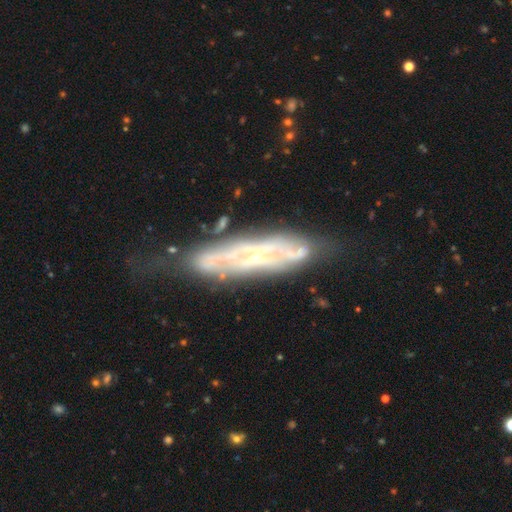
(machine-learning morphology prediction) Q: Smooth or featured?
A: featured or disk (78%); runner-up: smooth (15%)
Q: Edge-on disk?
A: no (67%); runner-up: yes (33%)
Q: Bar?
A: no (72%); runner-up: weak (21%)
Q: Spiral arms?
A: yes (70%); runner-up: no (30%)
Q: Bulge size?
A: small (73%); runner-up: moderate (23%)
Q: Merging?
A: none (62%); runner-up: minor disturbance (25%)